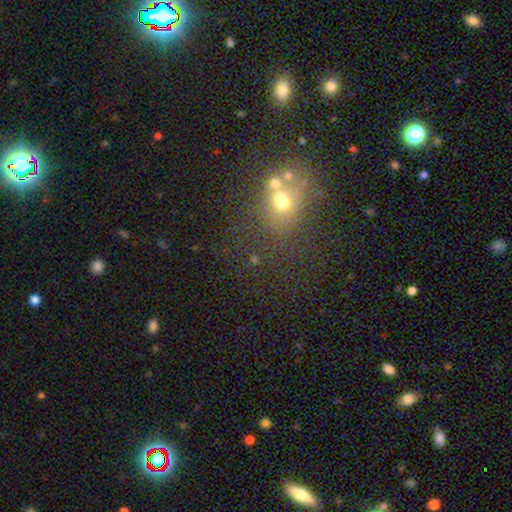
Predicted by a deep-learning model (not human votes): This is possibly a smooth galaxy (50%). How rounded: likely round (66%). Merging: possibly none (53%).